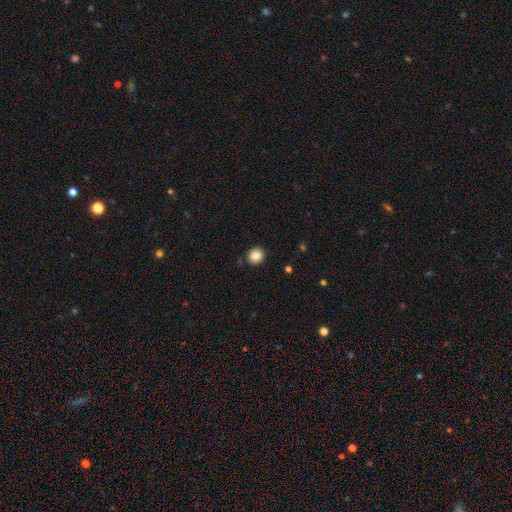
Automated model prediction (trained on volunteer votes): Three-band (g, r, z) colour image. It shows a smooth galaxy with no disk features (85%) that is round (86%). Merging: none (88%).